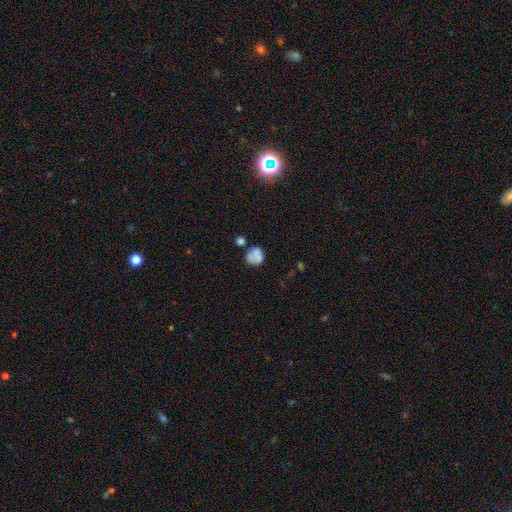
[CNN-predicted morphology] smooth_or_featured: smooth (p=0.70) [alt: featured or disk p=0.20]
how_rounded: round (p=0.69) [alt: in between p=0.29]
merging: none (p=0.43) [alt: merger p=0.26]